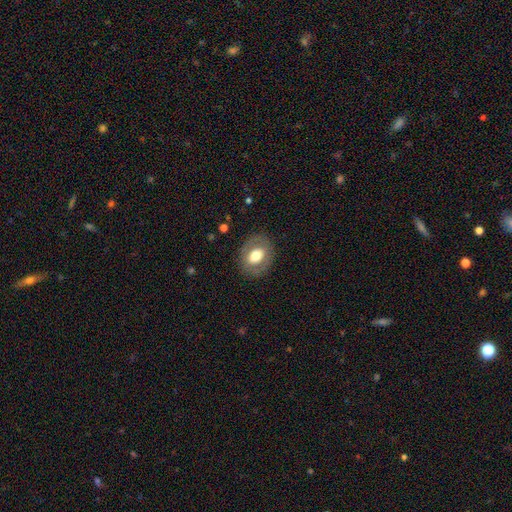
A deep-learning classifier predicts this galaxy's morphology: Smooth or featured? smooth (57%)
How rounded? in between (60%)
Merging? none (82%)